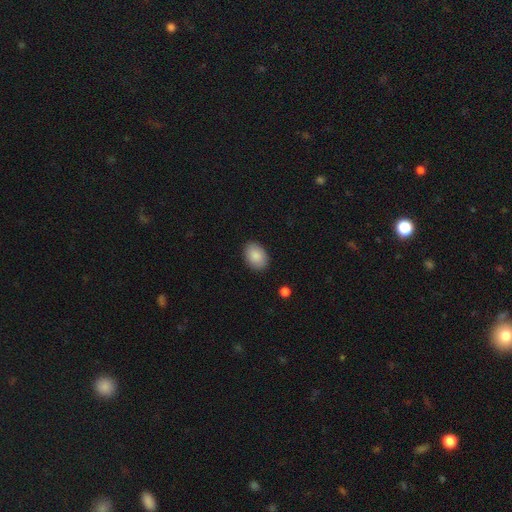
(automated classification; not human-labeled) smooth-or-featured: smooth: 88% | star or artifact: 7% | featured or disk: 6%
  how-rounded: in between: 82% | round: 17% | cigar-shaped: 1%
  merging: none: 87% | minor disturbance: 9% | major disturbance: 2% | merger: 1%